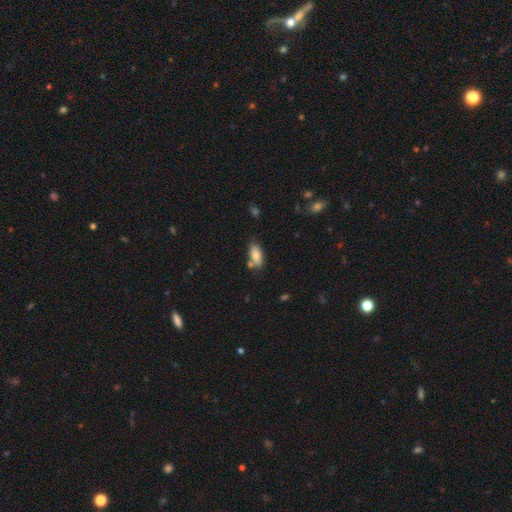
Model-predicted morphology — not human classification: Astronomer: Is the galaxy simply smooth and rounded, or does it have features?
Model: smooth — 82%.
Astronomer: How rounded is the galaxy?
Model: in between — 88%.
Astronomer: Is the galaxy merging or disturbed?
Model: none — 66%.